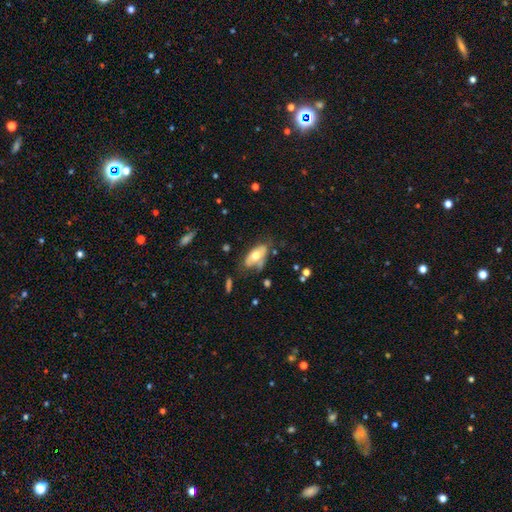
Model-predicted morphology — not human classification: Smooth or featured? Predicted: smooth (p=0.57). How rounded? Predicted: in between (p=0.90). Merging? Predicted: none (p=0.47).